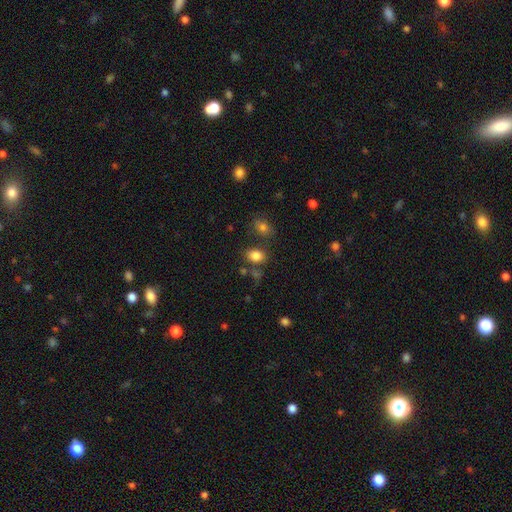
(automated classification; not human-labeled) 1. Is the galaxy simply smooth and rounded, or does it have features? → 83% smooth, 11% star or artifact, 6% featured or disk.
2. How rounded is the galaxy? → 72% in between, 27% round, 1% cigar-shaped.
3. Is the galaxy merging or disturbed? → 70% none, 13% minor disturbance, 12% merger, 5% major disturbance.